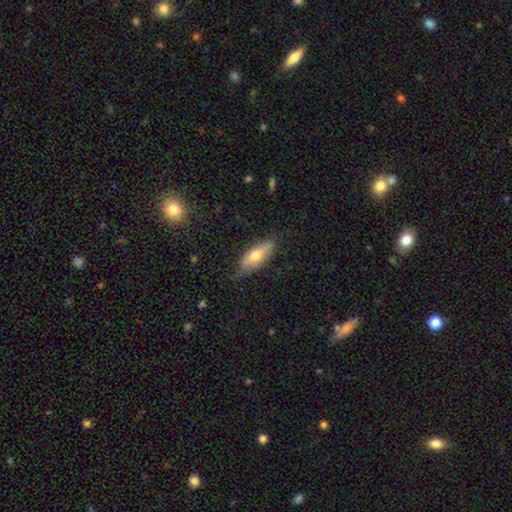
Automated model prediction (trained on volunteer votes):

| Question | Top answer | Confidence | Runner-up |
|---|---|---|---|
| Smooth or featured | smooth | 63% | featured or disk (31%) |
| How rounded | in between | 76% | cigar-shaped (21%) |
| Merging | none | 76% | minor disturbance (19%) |